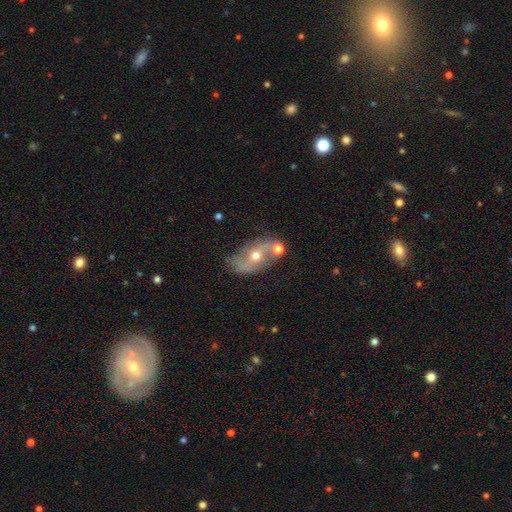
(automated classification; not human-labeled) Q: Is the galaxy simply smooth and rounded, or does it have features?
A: featured or disk — 67%.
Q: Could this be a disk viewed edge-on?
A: no — 92%.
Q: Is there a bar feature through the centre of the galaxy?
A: no — 55%.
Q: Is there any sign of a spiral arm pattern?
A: yes — 69%.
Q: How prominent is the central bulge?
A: moderate — 67%.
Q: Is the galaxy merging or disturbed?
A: none — 55%.